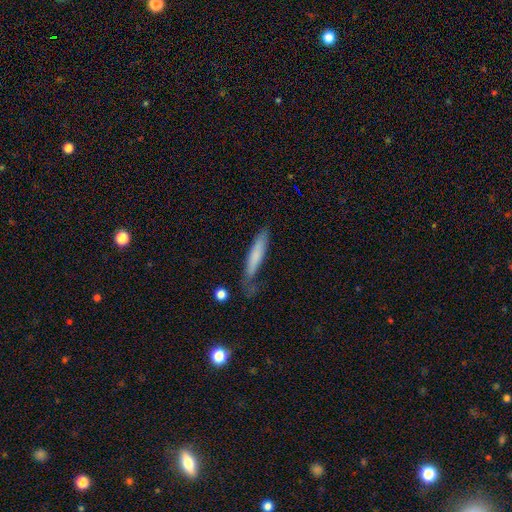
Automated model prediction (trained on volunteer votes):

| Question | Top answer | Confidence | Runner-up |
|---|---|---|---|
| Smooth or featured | smooth | 73% | featured or disk (21%) |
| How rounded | cigar-shaped | 87% | in between (11%) |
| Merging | none | 52% | minor disturbance (31%) |